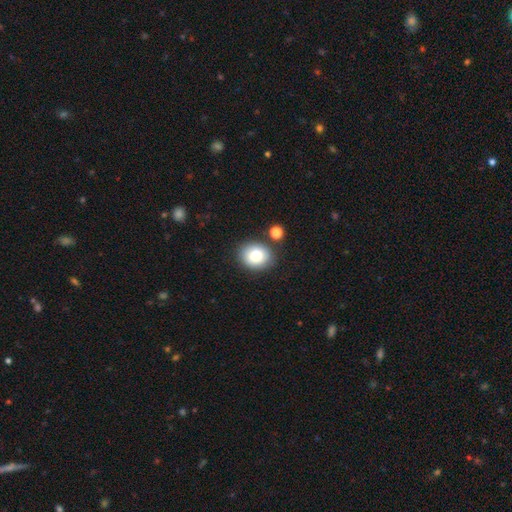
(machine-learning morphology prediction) This is clearly a smooth galaxy (81%). How rounded: possibly round (59%). Merging: likely none (79%).